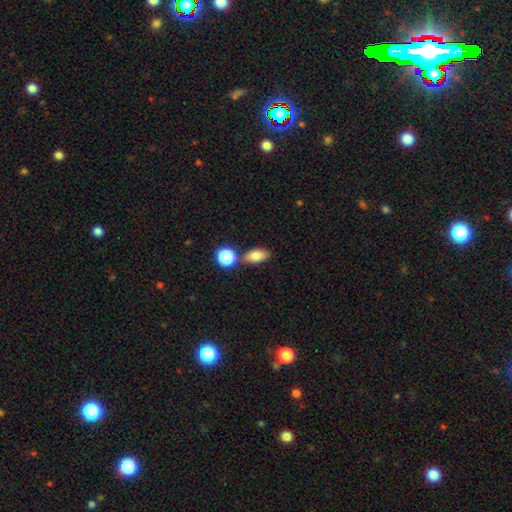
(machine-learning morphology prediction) Q: Smooth or featured?
A: smooth (82%); runner-up: featured or disk (9%)
Q: How rounded?
A: in between (83%); runner-up: round (11%)
Q: Merging?
A: none (63%); runner-up: merger (22%)